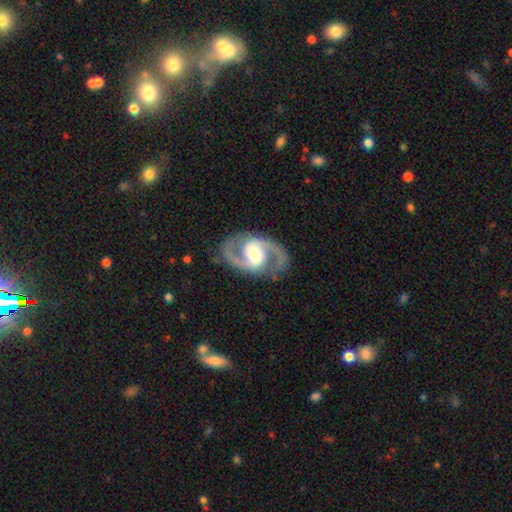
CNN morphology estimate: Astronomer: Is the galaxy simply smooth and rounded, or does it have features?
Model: featured or disk — 92%.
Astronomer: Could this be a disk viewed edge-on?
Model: no — 98%.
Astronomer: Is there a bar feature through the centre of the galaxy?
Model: weak — 43% (runner-up: no, 31%).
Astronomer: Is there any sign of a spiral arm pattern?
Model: yes — 98%.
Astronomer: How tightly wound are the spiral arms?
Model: medium — 65%.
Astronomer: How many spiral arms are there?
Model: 2 — 95%.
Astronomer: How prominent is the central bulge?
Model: moderate — 55% (runner-up: large, 30%).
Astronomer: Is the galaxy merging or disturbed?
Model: none — 86%.